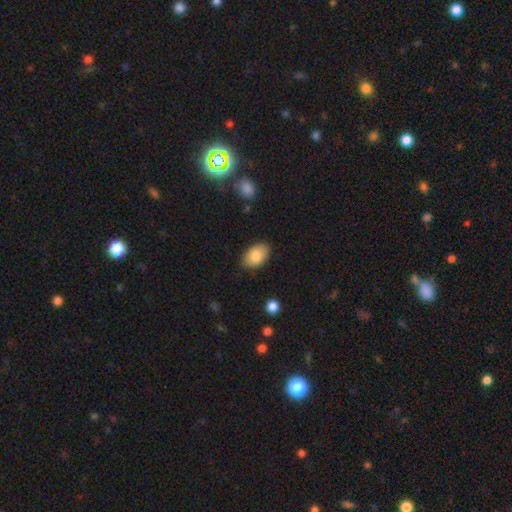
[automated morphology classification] Smooth or featured: smooth — 85% (featured or disk — 8%)
How rounded: in between — 91% (round — 8%)
Merging: none — 82% (minor disturbance — 13%)